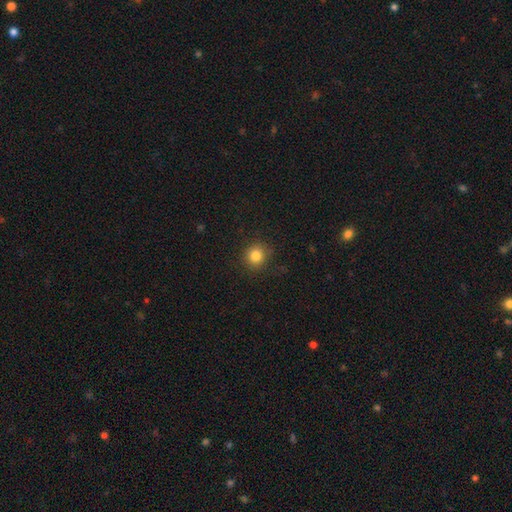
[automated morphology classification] Smooth or featured?
  - smooth: 83% *
  - star or artifact: 12%
  - featured or disk: 5%
How rounded?
  - round: 88% *
  - in between: 11%
  - cigar-shaped: 1%
Merging?
  - none: 87% *
  - minor disturbance: 9%
  - major disturbance: 3%
  - merger: 1%